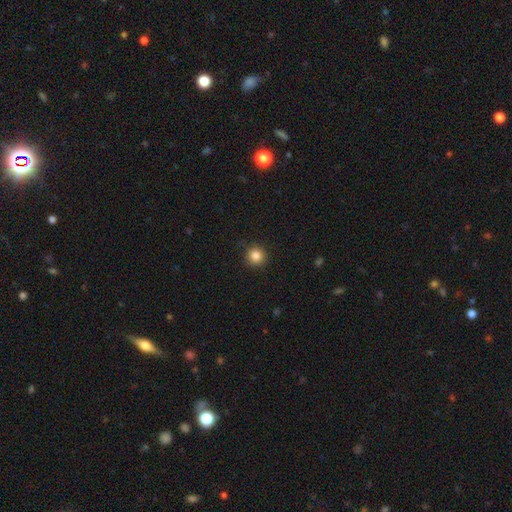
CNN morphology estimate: This appears to be a smooth galaxy with no disk features (85%) that is round (94%). Merging: none (91%).